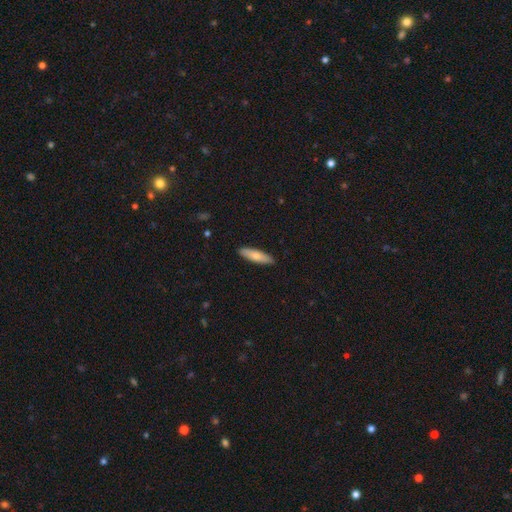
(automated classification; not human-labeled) Morphology: type=smooth (74%); roundness=cigar-shaped (65%); merging=none (90%).